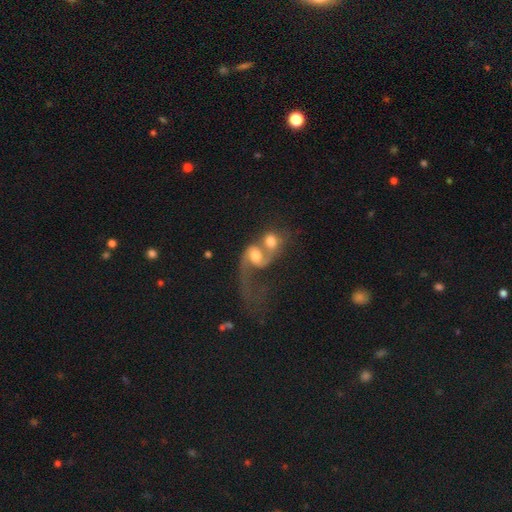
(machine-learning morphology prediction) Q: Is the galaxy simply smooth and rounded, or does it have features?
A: featured or disk — 62%.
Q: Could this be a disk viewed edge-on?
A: no — 96%.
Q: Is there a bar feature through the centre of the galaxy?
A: no — 58%.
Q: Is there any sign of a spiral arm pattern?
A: yes — 83%.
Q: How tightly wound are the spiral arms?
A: loose — 73%.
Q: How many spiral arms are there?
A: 2 — 58%.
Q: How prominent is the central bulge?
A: moderate — 49%.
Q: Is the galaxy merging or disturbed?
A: merger — 79%.